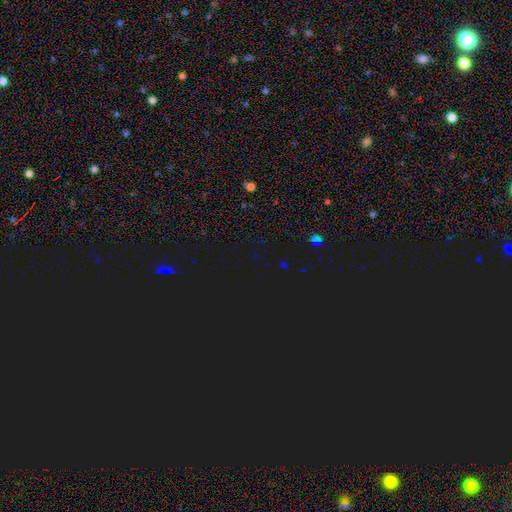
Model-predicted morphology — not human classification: smooth_or_featured: star or artifact (p=0.76) [alt: smooth p=0.18]